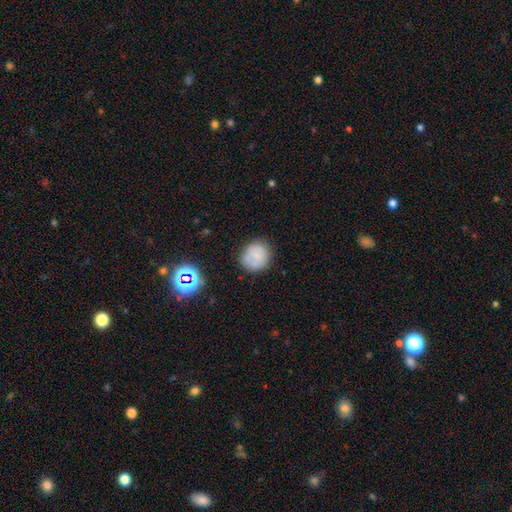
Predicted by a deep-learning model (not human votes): This is likely a smooth galaxy (78%). How rounded: clearly round (86%). Merging: likely none (78%).